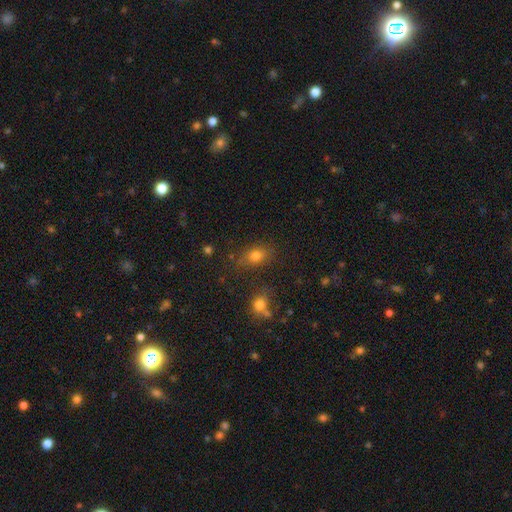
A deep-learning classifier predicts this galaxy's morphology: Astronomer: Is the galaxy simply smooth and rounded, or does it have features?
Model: smooth — 76%.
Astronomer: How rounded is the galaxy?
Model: in between — 70%.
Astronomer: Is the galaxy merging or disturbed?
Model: none — 76%.